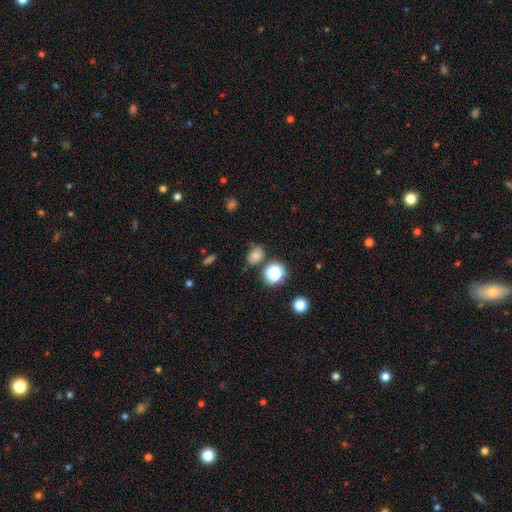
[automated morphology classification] A smooth galaxy with no disk features (73%) that is in between round and cigar-shaped (58%). Merging: none (73%).